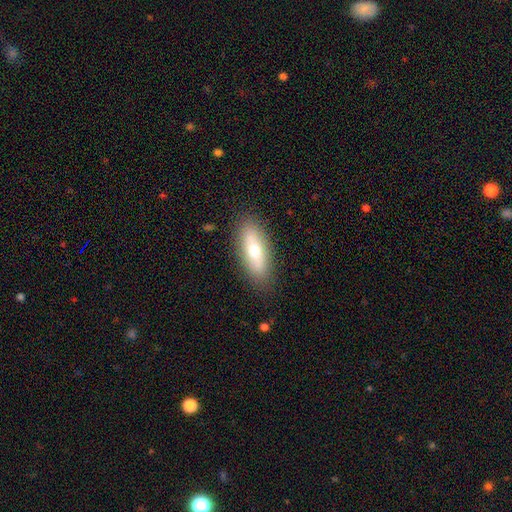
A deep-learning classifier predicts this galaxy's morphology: Smooth or featured?
  - smooth: 59% *
  - featured or disk: 33%
  - star or artifact: 7%
How rounded?
  - in between: 66% *
  - cigar-shaped: 31%
  - round: 3%
Merging?
  - none: 87% *
  - minor disturbance: 9%
  - major disturbance: 2%
  - merger: 1%